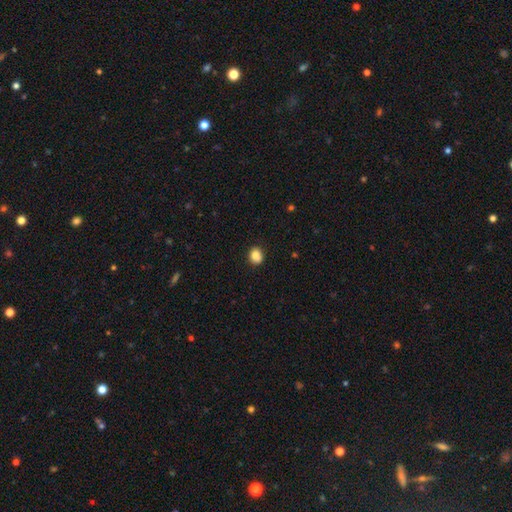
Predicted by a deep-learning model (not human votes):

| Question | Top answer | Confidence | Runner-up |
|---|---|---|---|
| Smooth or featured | smooth | 85% | star or artifact (10%) |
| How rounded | round | 57% | in between (42%) |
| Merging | none | 85% | minor disturbance (11%) |